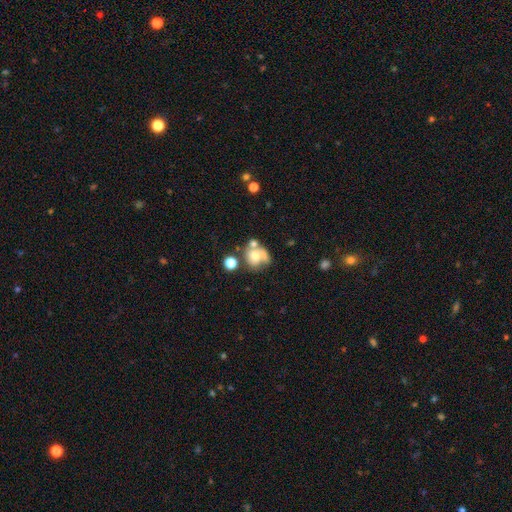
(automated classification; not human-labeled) Morphology: type=smooth (52%); roundness=round (66%); merging=merger (38%).